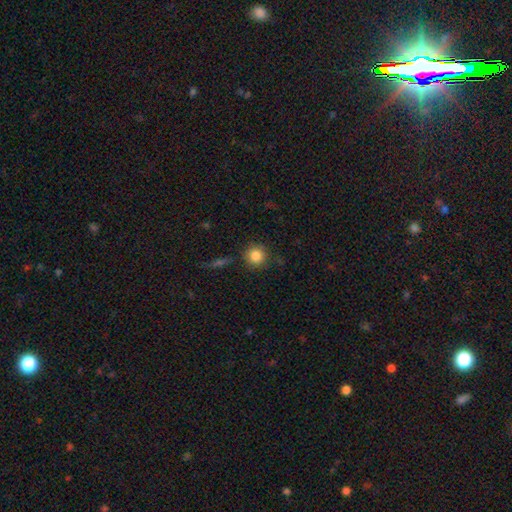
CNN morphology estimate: smooth 84%, star or artifact 10%, featured or disk 6%. Down the decision tree: how rounded — round (94%); merging — none (85%).